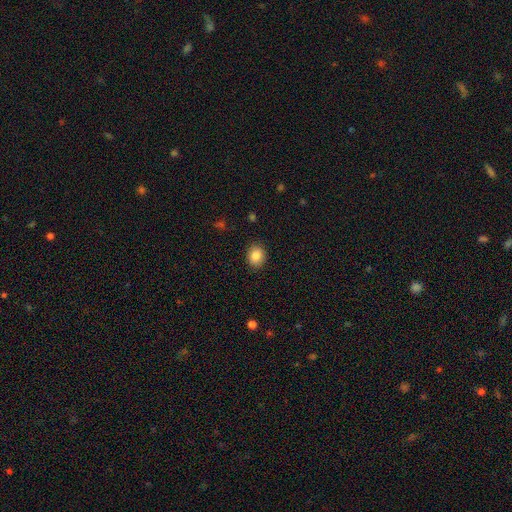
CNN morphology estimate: A smooth galaxy with no disk features (85%) that is round (60%).

Vote fractions:
- Smooth or featured? smooth: 85% / star or artifact: 9% / featured or disk: 6%
- How rounded? round: 60% / in between: 40% / cigar-shaped: 1%
- Merging? none: 89% / minor disturbance: 8% / major disturbance: 2% / merger: 1%